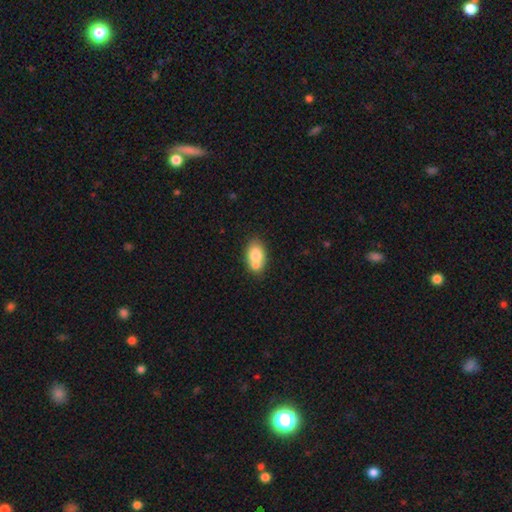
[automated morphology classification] The model was most divided on "merging": none: 44%, merger: 40%, minor disturbance: 12%, major disturbance: 4%. More confident: how rounded — in between (81%); smooth or featured — smooth (74%).